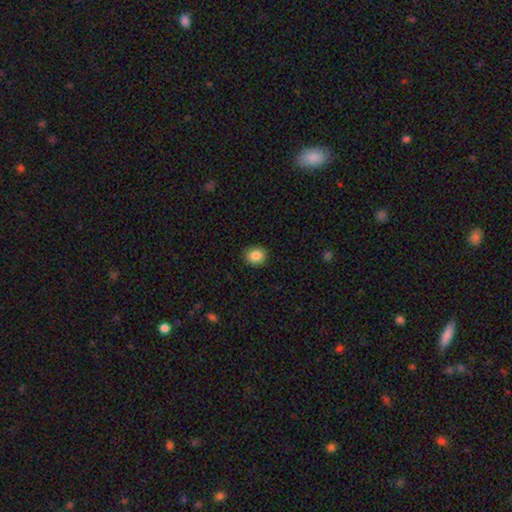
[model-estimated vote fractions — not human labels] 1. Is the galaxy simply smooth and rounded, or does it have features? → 86% smooth, 9% star or artifact, 5% featured or disk.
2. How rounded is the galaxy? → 81% round, 18% in between, 1% cigar-shaped.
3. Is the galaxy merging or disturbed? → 90% none, 7% minor disturbance, 2% major disturbance, 1% merger.